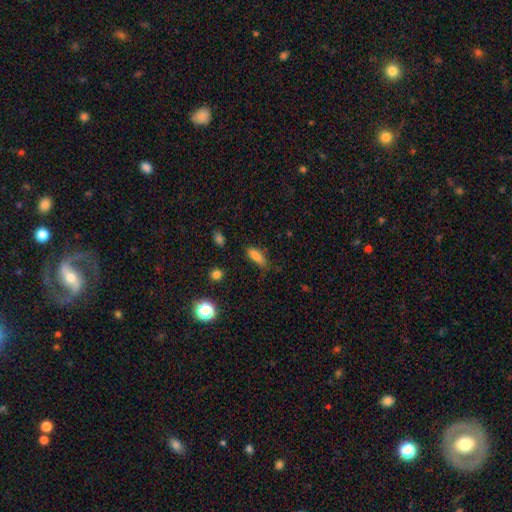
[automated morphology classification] Overall: smooth (82%). How rounded: in between (65%; cigar-shaped 31%). Merging: none (63%; minor disturbance 28%).